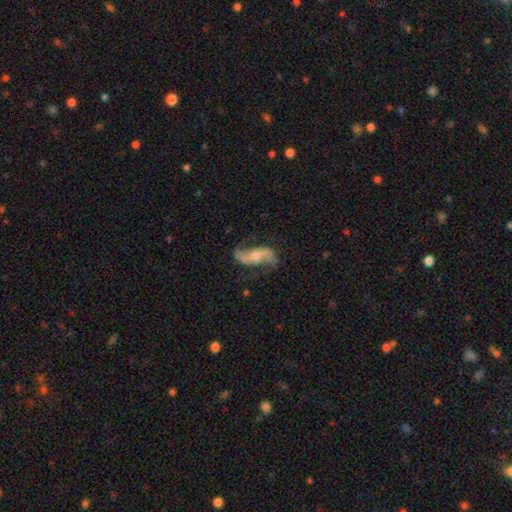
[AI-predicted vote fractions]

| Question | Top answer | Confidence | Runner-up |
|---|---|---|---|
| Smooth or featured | featured or disk | 86% | smooth (9%) |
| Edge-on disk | no | 93% | yes (7%) |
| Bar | no | 48% | weak (29%) |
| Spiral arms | yes | 95% | no (5%) |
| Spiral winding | loose | 81% | medium (14%) |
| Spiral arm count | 2 | 94% | can't tell (2%) |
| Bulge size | moderate | 52% | small (41%) |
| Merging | none | 77% | minor disturbance (15%) |